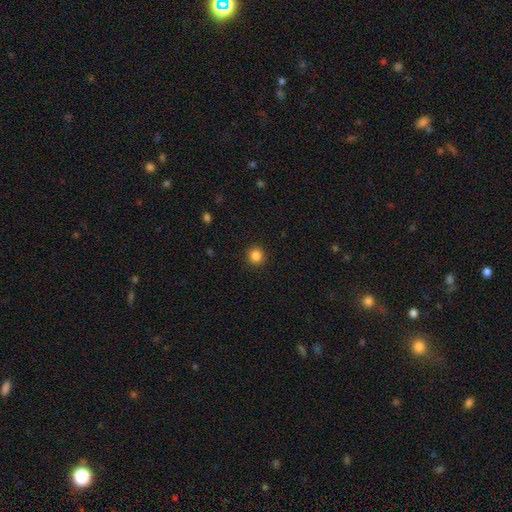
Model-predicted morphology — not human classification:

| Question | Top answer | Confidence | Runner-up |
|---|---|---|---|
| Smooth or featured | smooth | 86% | star or artifact (11%) |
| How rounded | round | 94% | in between (5%) |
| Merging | none | 92% | minor disturbance (5%) |